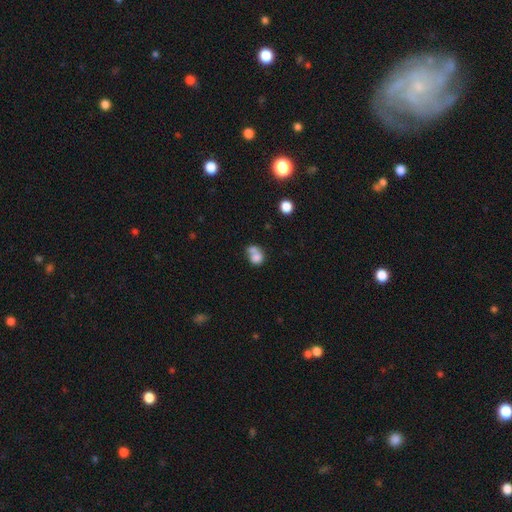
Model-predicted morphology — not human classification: Overall: smooth (75%). How rounded: round (56%; in between 43%). Merging: merger (60%; none 24%).